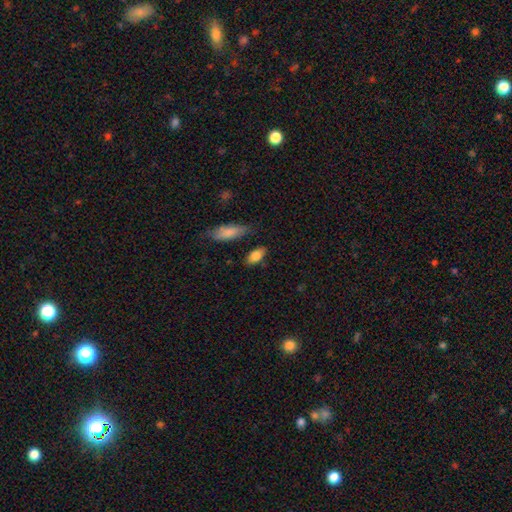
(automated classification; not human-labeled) smooth_or_featured: smooth (p=0.83) [alt: featured or disk p=0.10]
how_rounded: in between (p=0.86) [alt: cigar-shaped p=0.10]
merging: none (p=0.77) [alt: minor disturbance p=0.15]